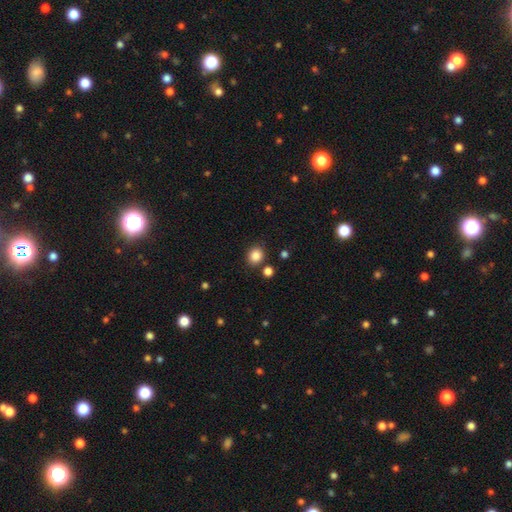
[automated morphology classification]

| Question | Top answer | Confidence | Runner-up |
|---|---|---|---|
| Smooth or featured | smooth | 85% | star or artifact (11%) |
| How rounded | round | 76% | in between (23%) |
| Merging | none | 83% | minor disturbance (9%) |